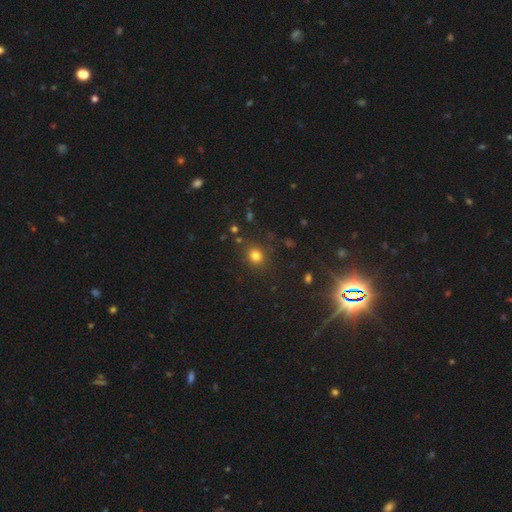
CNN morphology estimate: A smooth galaxy with no disk features (78%) that is round (78%). Merging: none (83%).